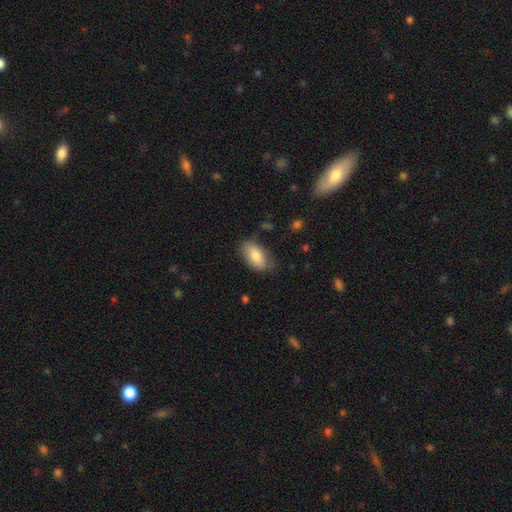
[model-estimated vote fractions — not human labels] The model was most divided on "merging": none: 71%, minor disturbance: 22%, major disturbance: 5%, merger: 2%. More confident: how rounded — in between (92%); smooth or featured — smooth (79%).